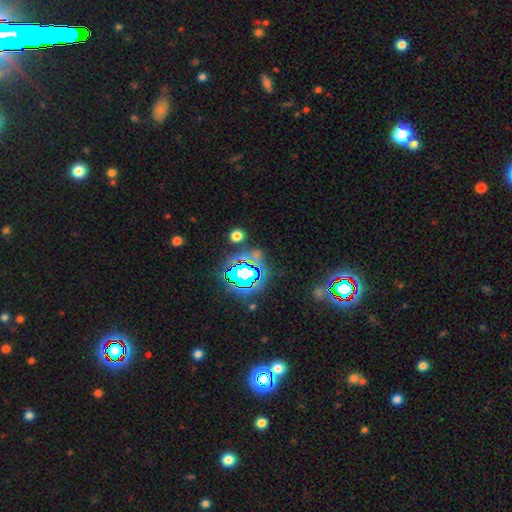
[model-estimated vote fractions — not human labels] This appears to be a star or artifact, not a galaxy (66%).